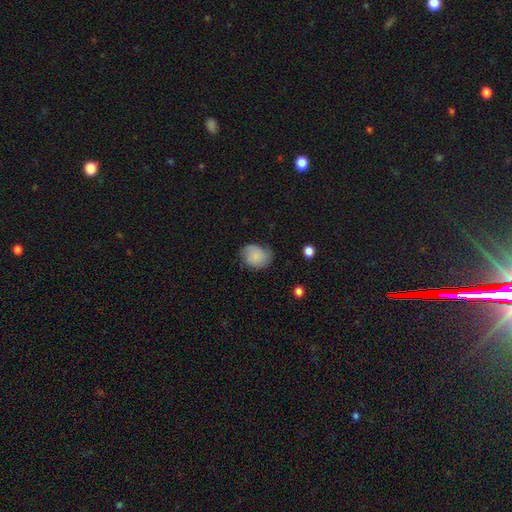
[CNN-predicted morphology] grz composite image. It shows a smooth galaxy with no disk features (78%) that is in between round and cigar-shaped (50%). Merging: none (61%).